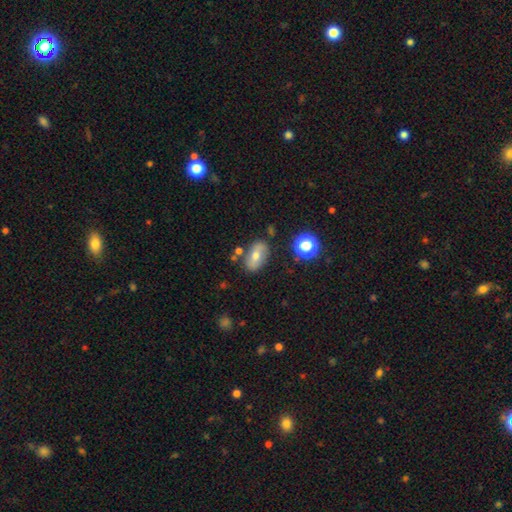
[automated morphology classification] smooth-or-featured: smooth: 54% | featured or disk: 35% | star or artifact: 11%
  how-rounded: in between: 83% | round: 11% | cigar-shaped: 5%
  merging: none: 76% | minor disturbance: 14% | merger: 6% | major disturbance: 4%